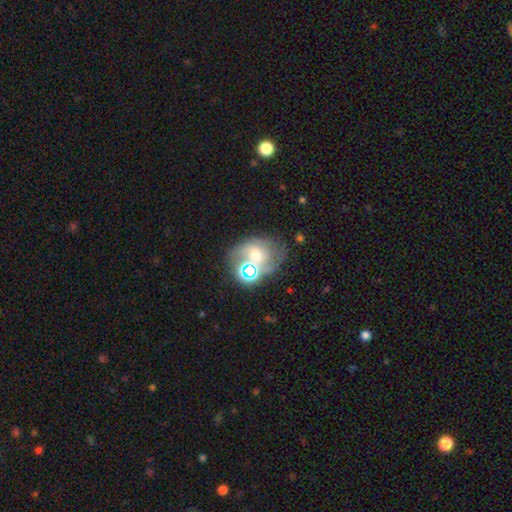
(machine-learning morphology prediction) The model was most divided on "smooth or featured": featured or disk: 48%, smooth: 33%, star or artifact: 20%. Remaining: merging — none (44%).